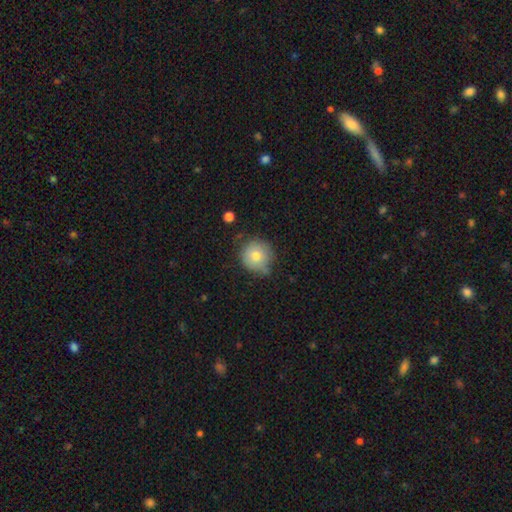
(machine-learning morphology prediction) Smooth or featured: smooth — 77% (featured or disk — 13%)
How rounded: round — 93% (in between — 6%)
Merging: none — 67% (minor disturbance — 24%)